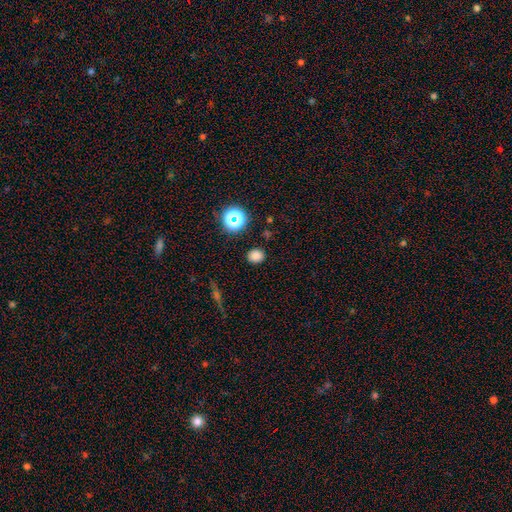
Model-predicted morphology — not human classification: This is likely a smooth galaxy (79%). How rounded: likely round (70%). Merging: clearly none (88%).